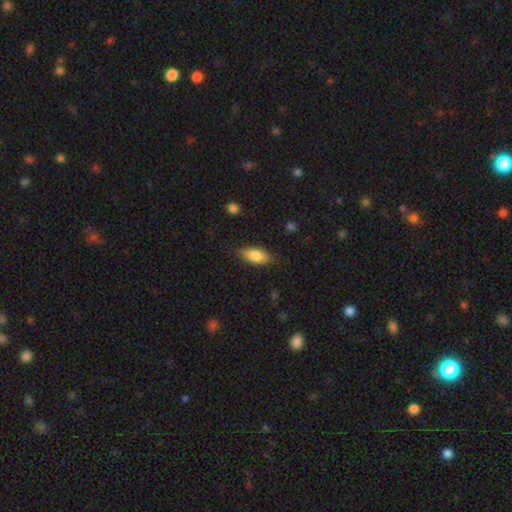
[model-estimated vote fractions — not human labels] Overall: smooth (79%). How rounded: in between (81%). Merging: none (82%).